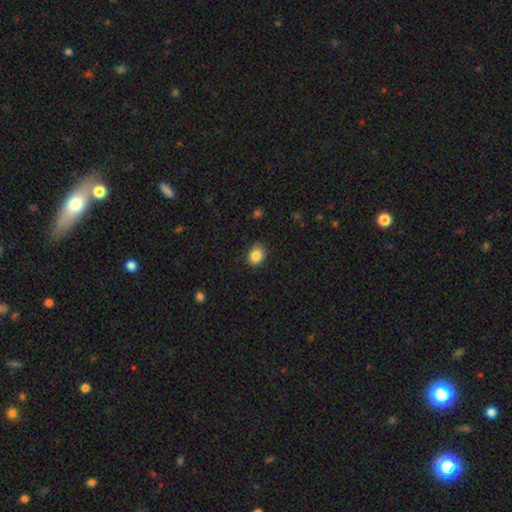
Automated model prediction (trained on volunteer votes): This appears to be a smooth galaxy with no disk features (85%) that is in between round and cigar-shaped (51%). Merging: none (83%).